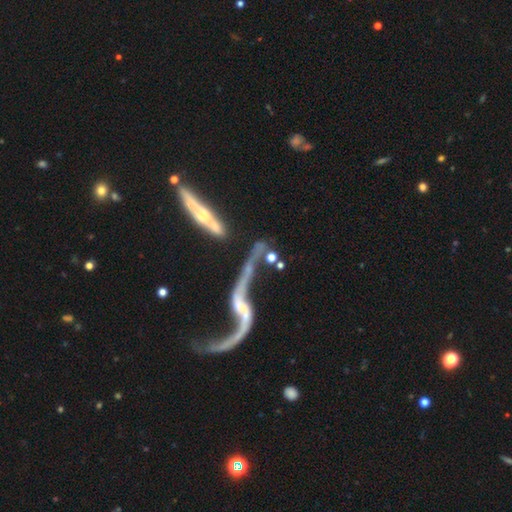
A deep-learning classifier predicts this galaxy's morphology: smooth-or-featured: featured or disk: 79% | smooth: 12% | star or artifact: 9%
  disk-edge-on: no: 73% | yes: 27%
    bar: no: 54% | weak: 31% | strong: 15%
    has-spiral-arms: yes: 78% | no: 22%
    bulge-size: small: 45% | none: 29% | moderate: 19% | large: 5% | dominant: 2%
  merging: none: 33% | merger: 30% | major disturbance: 22% | minor disturbance: 15%